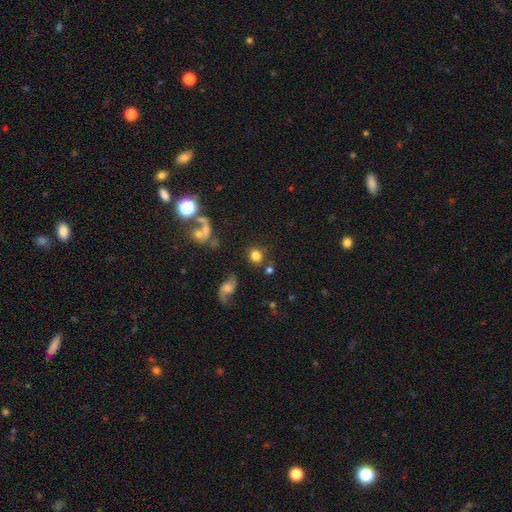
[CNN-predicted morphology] This is likely a smooth galaxy (78%). How rounded: clearly round (86%). Merging: likely none (74%).